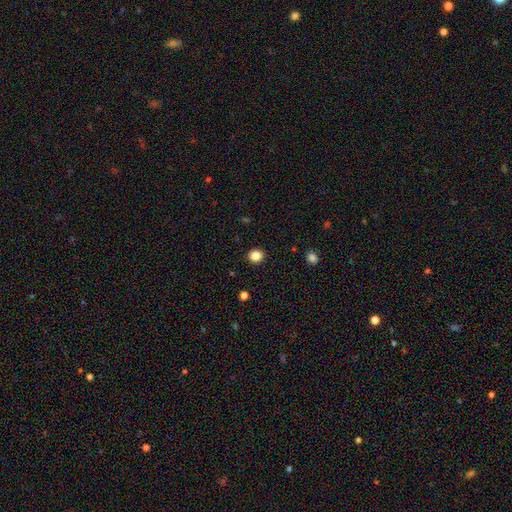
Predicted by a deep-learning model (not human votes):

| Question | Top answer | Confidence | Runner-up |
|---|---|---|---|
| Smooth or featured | smooth | 86% | star or artifact (11%) |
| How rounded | round | 82% | in between (17%) |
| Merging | none | 92% | minor disturbance (5%) |